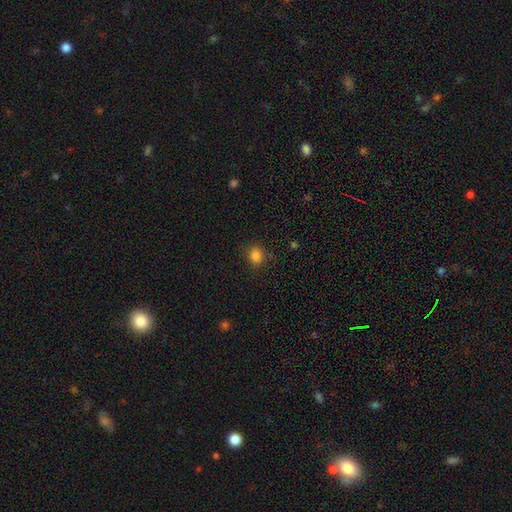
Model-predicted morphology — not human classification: Overall: smooth (83%). How rounded: round (65%; in between 34%). Merging: none (84%).